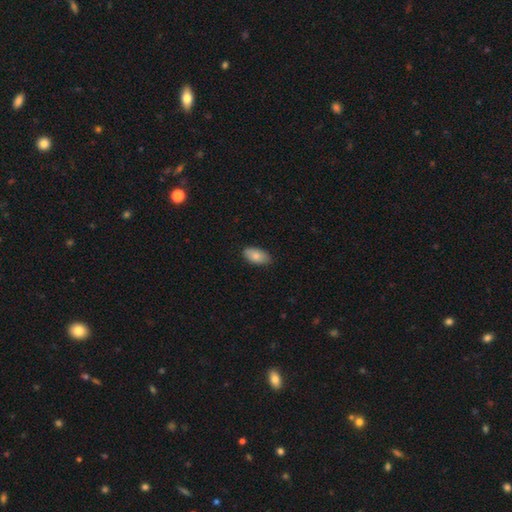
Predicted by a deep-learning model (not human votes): This is clearly a smooth galaxy (84%). How rounded: clearly in between (94%). Merging: clearly none (84%).